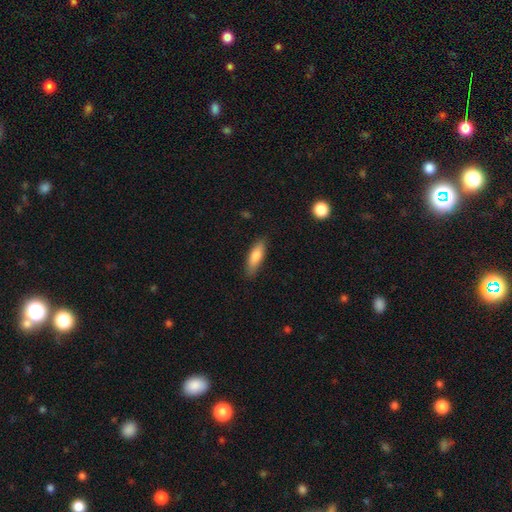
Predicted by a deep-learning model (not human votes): Q: Smooth or featured?
A: smooth (80%); runner-up: featured or disk (13%)
Q: How rounded?
A: in between (49%); tied with: cigar-shaped (49%)
Q: Merging?
A: none (83%); runner-up: minor disturbance (13%)